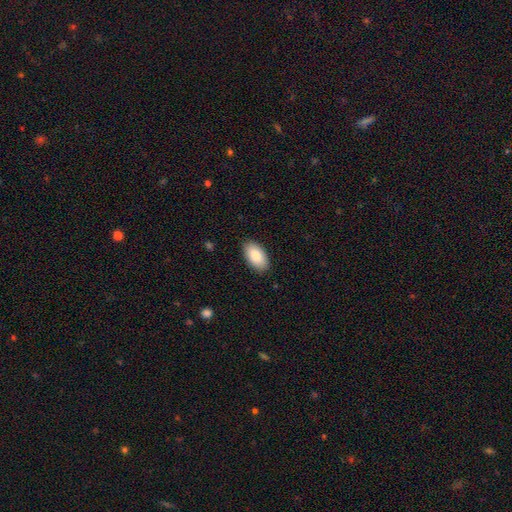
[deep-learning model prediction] Smooth or featured: smooth — 87% (featured or disk — 7%)
How rounded: in between — 96% (round — 2%)
Merging: none — 88% (minor disturbance — 9%)